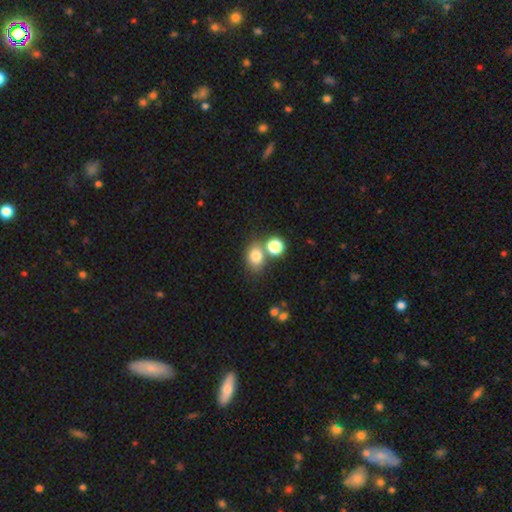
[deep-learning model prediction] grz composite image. It shows a smooth galaxy with no disk features (79%) that is in between round and cigar-shaped (52%). Merging: none (61%).